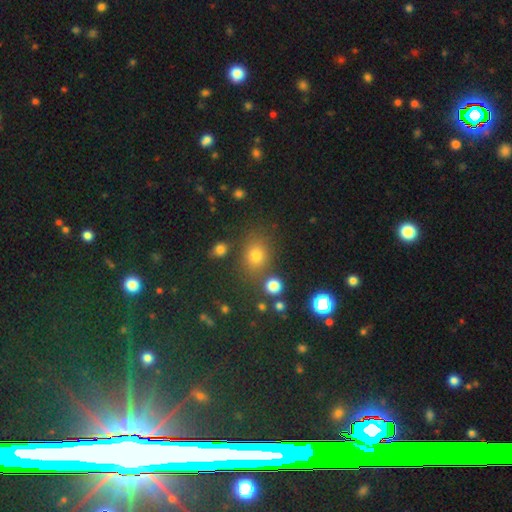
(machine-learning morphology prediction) A smooth galaxy with no disk features (71%) that is round (60%). Merging: none (78%).